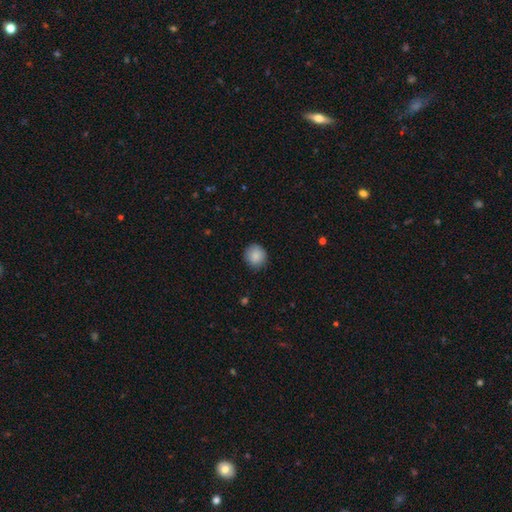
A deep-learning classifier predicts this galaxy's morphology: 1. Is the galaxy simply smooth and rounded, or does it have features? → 88% smooth, 8% star or artifact, 4% featured or disk.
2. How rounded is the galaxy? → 91% round, 8% in between, 1% cigar-shaped.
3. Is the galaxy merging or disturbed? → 87% none, 10% minor disturbance, 2% major disturbance, 1% merger.